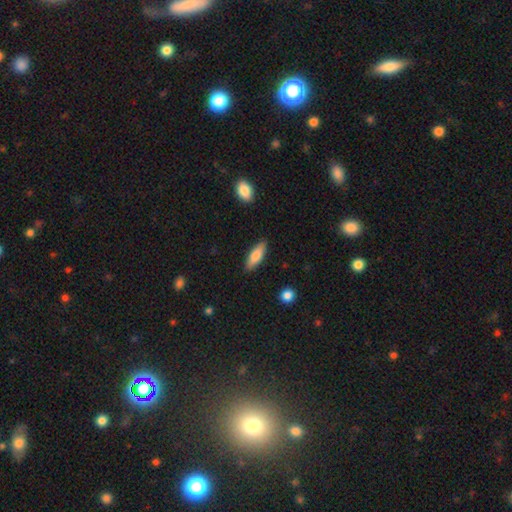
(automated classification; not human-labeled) Overall: smooth (77%). How rounded: in between (59%; cigar-shaped 39%). Merging: none (87%).